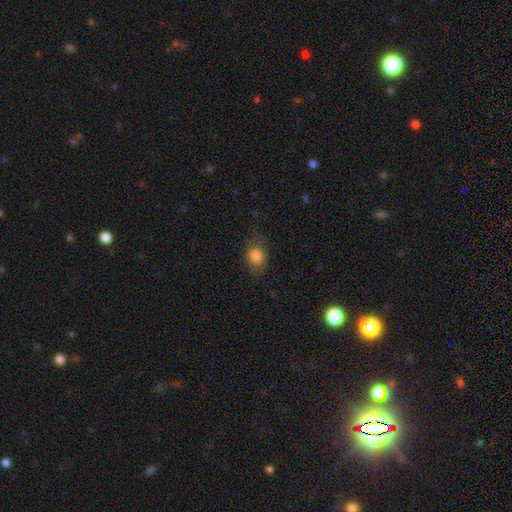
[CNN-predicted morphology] smooth 83%, star or artifact 10%, featured or disk 7%. Down the decision tree: how rounded — in between (52%); merging — none (72%).